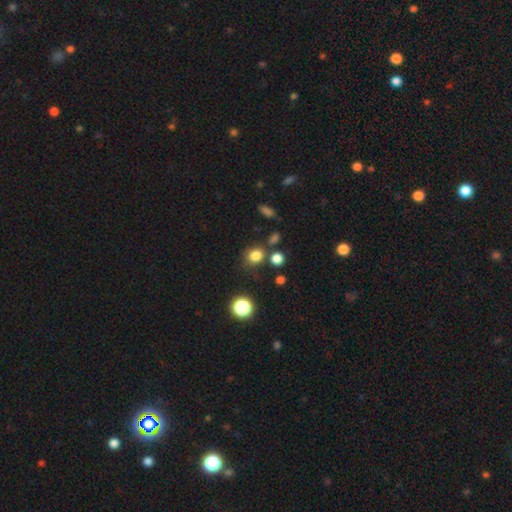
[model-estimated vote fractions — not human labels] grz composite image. It shows a smooth galaxy with no disk features (79%) that is round (71%). Merging: none (72%).